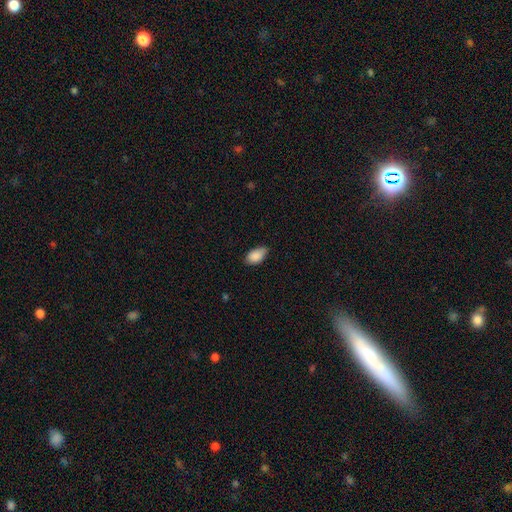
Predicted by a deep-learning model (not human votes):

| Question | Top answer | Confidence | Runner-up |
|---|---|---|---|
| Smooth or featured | smooth | 89% | star or artifact (7%) |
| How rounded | in between | 92% | round (6%) |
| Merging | none | 69% | minor disturbance (26%) |